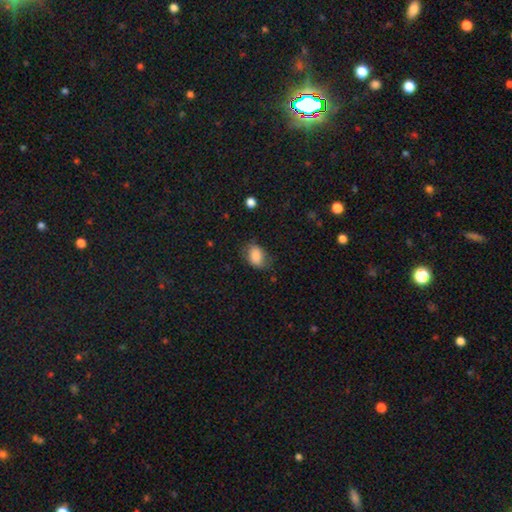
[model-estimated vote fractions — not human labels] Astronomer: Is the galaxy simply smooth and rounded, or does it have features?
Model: smooth — 83%.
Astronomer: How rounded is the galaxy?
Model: in between — 78%.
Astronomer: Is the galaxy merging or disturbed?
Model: none — 63%.